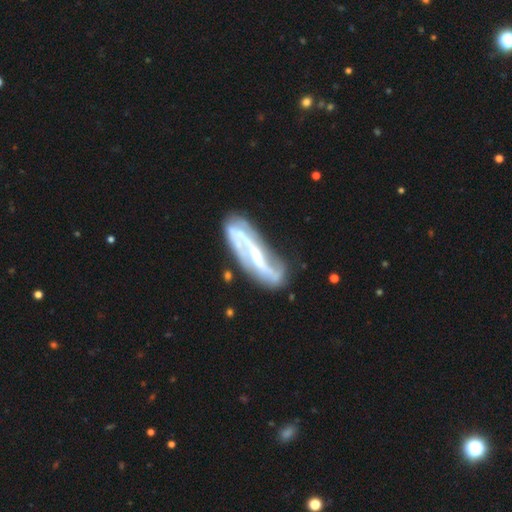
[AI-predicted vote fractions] featured or disk 86%, smooth 9%, star or artifact 6%. Down the decision tree: edge-on disk — no (86%); bar — strong (44%); spiral arms — yes (90%); spiral arm count — 2 (83%); spiral winding — loose (42%); bulge size — small (49%); merging — none (67%).